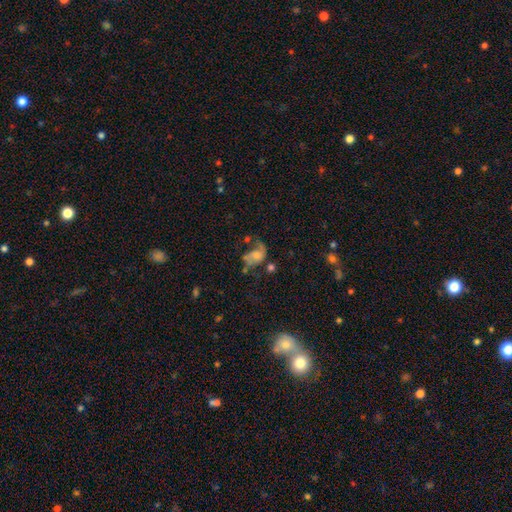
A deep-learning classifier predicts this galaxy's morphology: Smooth or featured?
  - featured or disk: 52% *
  - smooth: 37%
  - star or artifact: 11%
Edge-on disk?
  - no: 97% *
  - yes: 3%
Bar?
  - no: 69% *
  - weak: 25%
  - strong: 6%
Spiral arms?
  - yes: 69% *
  - no: 31%
Bulge size?
  - small: 31% * (tied)
  - moderate: 31% * (tied)
  - none: 25%
  - large: 10%
  - dominant: 3%
Merging?
  - major disturbance: 39% *
  - none: 27%
  - minor disturbance: 22%
  - merger: 12%